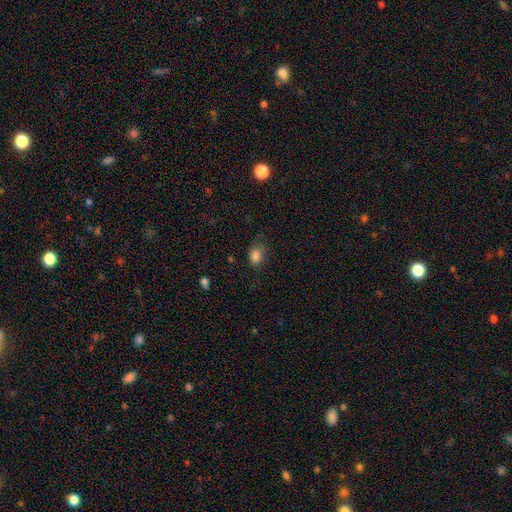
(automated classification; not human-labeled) Q: Smooth or featured?
A: smooth (83%); runner-up: star or artifact (11%)
Q: How rounded?
A: in between (79%); runner-up: round (19%)
Q: Merging?
A: none (60%); runner-up: minor disturbance (28%)